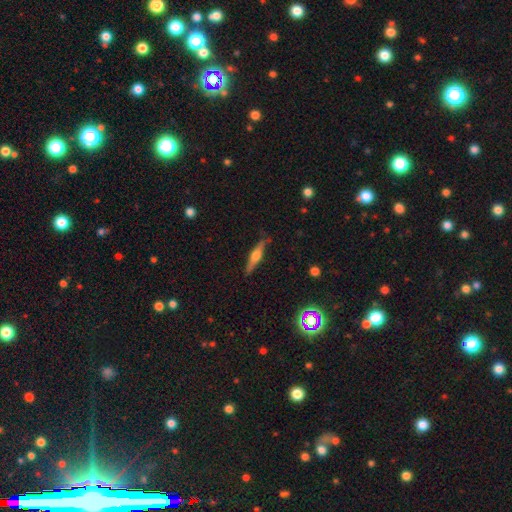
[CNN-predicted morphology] smooth-or-featured: featured or disk: 62% | smooth: 32% | star or artifact: 7%
  disk-edge-on: yes: 95% | no: 5%
    edge-on-bulge: rounded: 88% | boxy: 8% | none: 4%
  merging: none: 84% | minor disturbance: 12% | major disturbance: 2% | merger: 1%